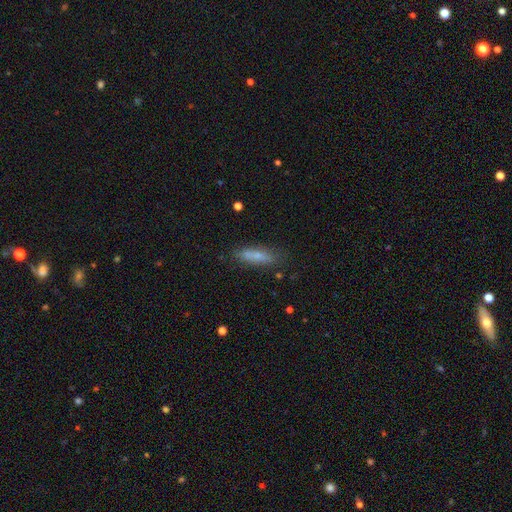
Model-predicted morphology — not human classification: smooth 67%, featured or disk 25%, star or artifact 8%. Down the decision tree: how rounded — cigar-shaped (63%); merging — none (76%).